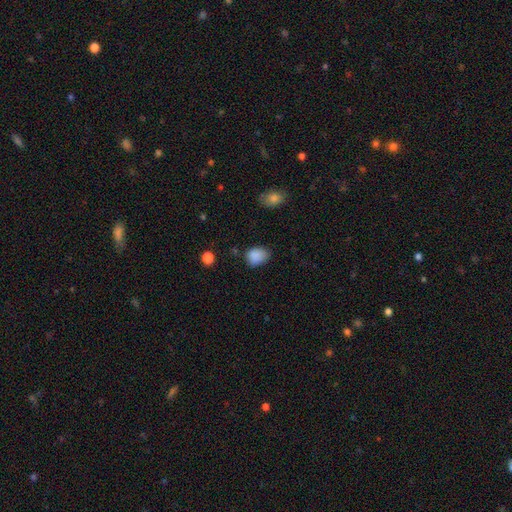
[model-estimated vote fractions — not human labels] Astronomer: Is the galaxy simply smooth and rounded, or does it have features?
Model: smooth — 86%.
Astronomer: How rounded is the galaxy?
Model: in between — 63%.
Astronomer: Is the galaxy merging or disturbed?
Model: none — 62%.